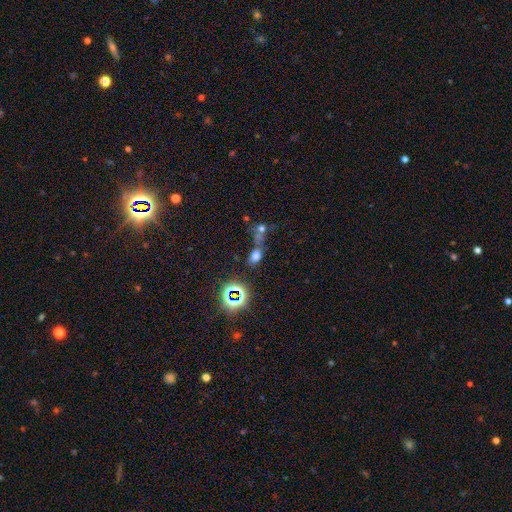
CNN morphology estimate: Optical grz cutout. It shows a smooth galaxy with no disk features (59%) that is in between round and cigar-shaped (69%). Merging: none (44%).